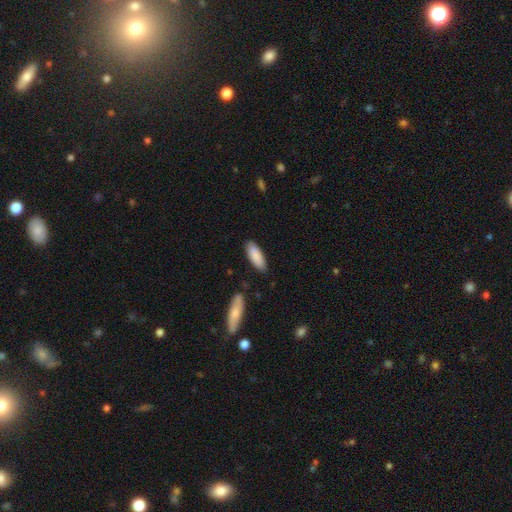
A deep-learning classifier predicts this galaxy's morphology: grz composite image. It shows a smooth galaxy with no disk features (88%) that is in between round and cigar-shaped (69%). Merging: none (85%).